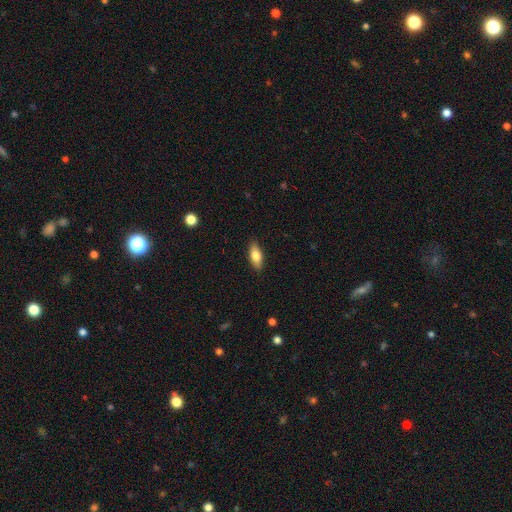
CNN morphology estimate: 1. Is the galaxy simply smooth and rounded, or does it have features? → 76% smooth, 18% featured or disk, 6% star or artifact.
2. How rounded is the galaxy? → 78% in between, 20% cigar-shaped, 3% round.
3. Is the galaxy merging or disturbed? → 88% none, 9% minor disturbance, 2% major disturbance, 1% merger.